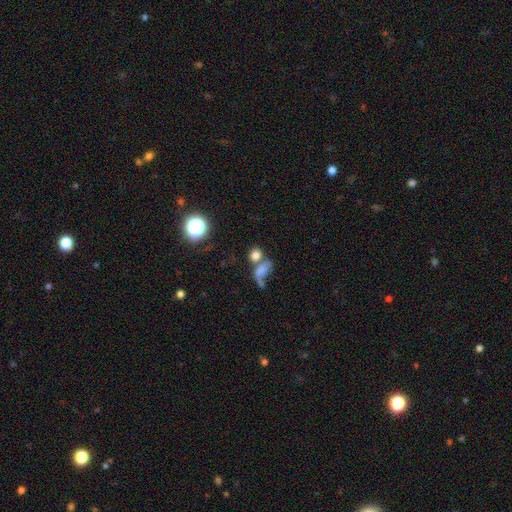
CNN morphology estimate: type=smooth (71%); roundness=round (53%); merging=merger (47%).